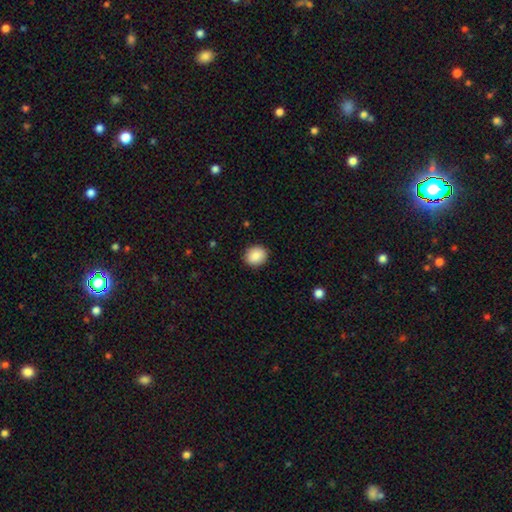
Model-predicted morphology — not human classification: Smooth or featured? smooth (88%)
How rounded? round (67%)
Merging? none (90%)